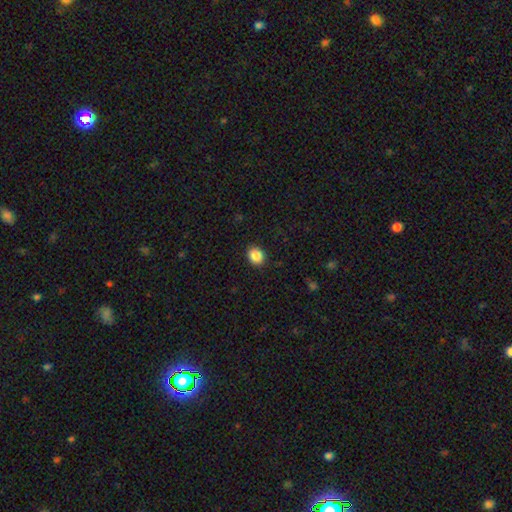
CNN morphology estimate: Q: Smooth or featured?
A: smooth (88%); runner-up: star or artifact (9%)
Q: How rounded?
A: round (69%); runner-up: in between (30%)
Q: Merging?
A: none (90%); runner-up: minor disturbance (7%)